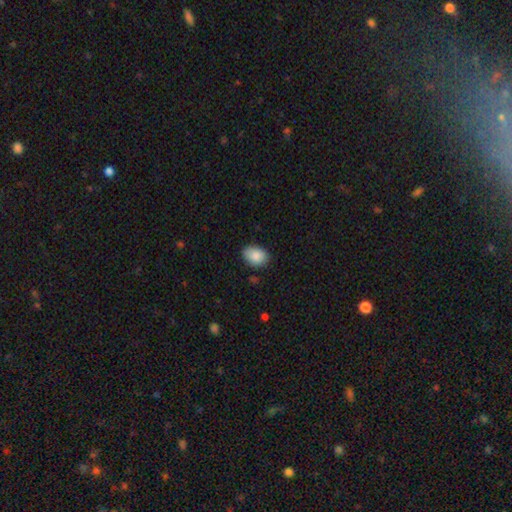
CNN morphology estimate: The model was most divided on "how rounded": in between: 77%, round: 22%, cigar-shaped: 1%. More confident: smooth or featured — smooth (88%); merging — none (82%).